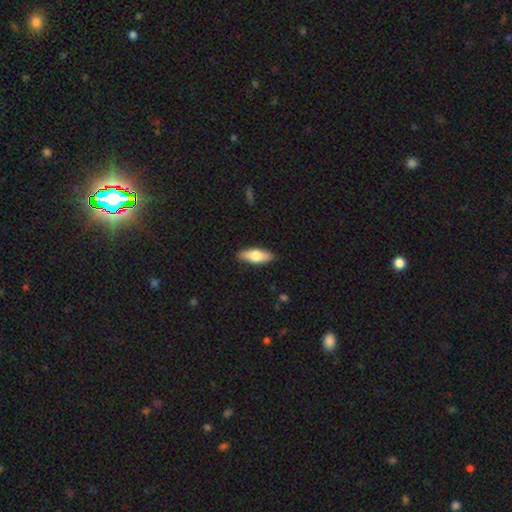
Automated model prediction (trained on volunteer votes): Morphology: type=smooth (69%); roundness=in between (68%); merging=none (89%).